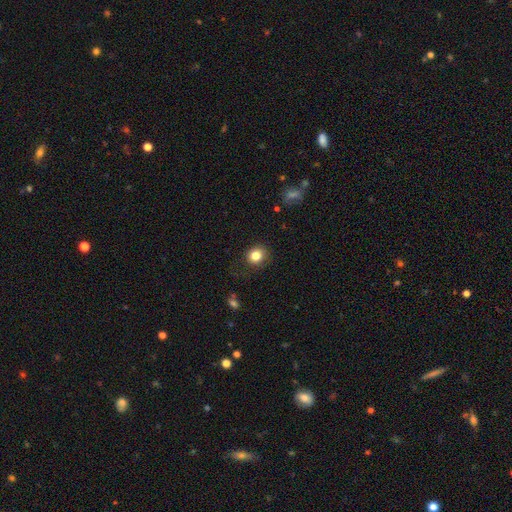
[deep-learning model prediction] This is clearly a smooth galaxy (82%). How rounded: likely round (78%). Merging: clearly none (84%).